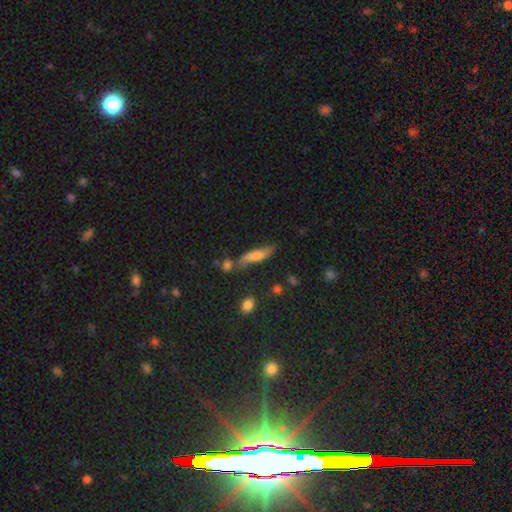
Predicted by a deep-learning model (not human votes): smooth-or-featured: smooth: 63% | featured or disk: 28% | star or artifact: 9%
  how-rounded: cigar-shaped: 69% | in between: 28% | round: 3%
  merging: none: 58% | minor disturbance: 23% | merger: 11% | major disturbance: 8%